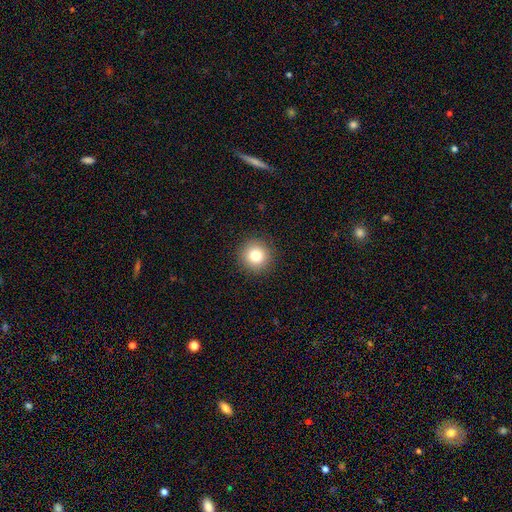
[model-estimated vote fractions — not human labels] Overall: smooth (81%). How rounded: round (95%). Merging: none (92%).